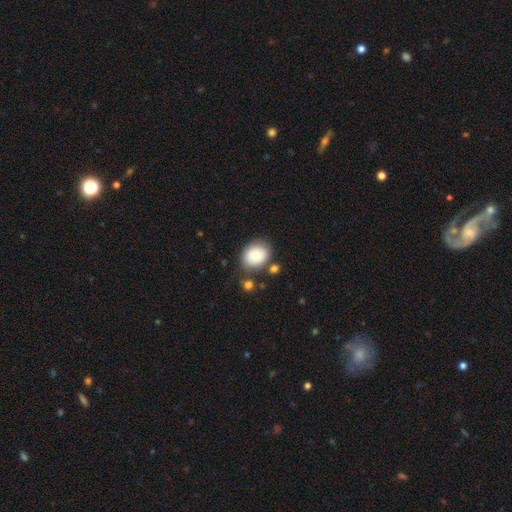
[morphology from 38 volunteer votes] Smooth or featured?
  - smooth: 87% *
  - featured or disk: 13%
  - star or artifact: 0%
How rounded?
  - round: 55% *
  - in between: 45%
  - cigar-shaped: 0%
Merging?
  - none: 84% *
  - minor disturbance: 11%
  - major disturbance: 5%
  - merger: 0%